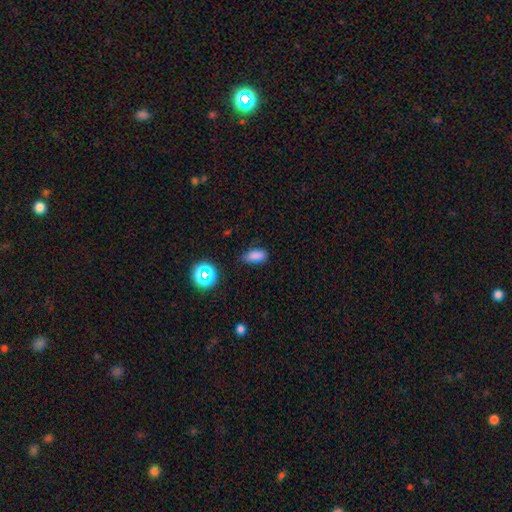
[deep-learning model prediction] Smooth or featured? smooth (79%)
How rounded? in between (80%)
Merging? none (66%)